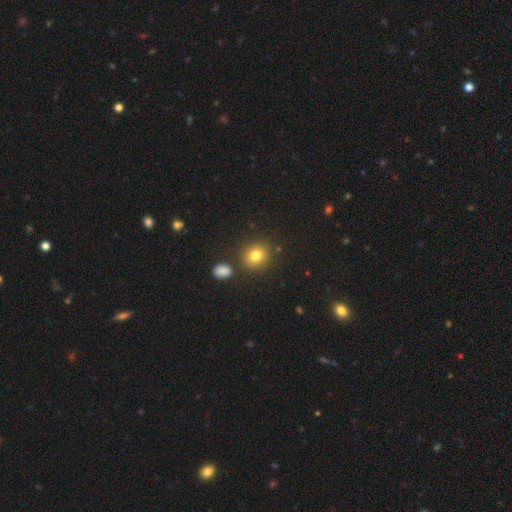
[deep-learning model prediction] smooth_or_featured: smooth (p=0.80) [alt: star or artifact p=0.13]
how_rounded: round (p=0.75) [alt: in between p=0.24]
merging: none (p=0.82) [alt: minor disturbance p=0.09]